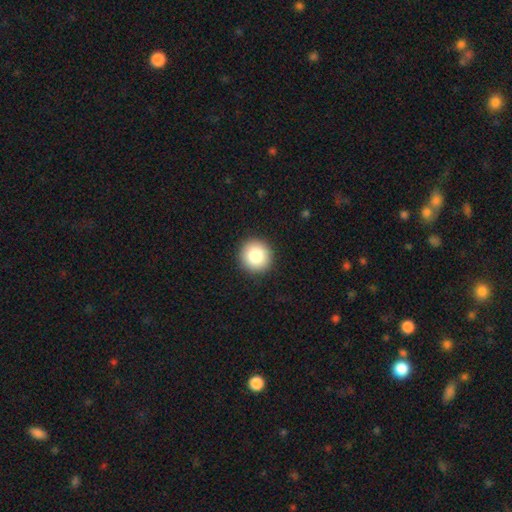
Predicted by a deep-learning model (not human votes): Smooth or featured: smooth — 83% (star or artifact — 9%)
How rounded: round — 95% (in between — 4%)
Merging: none — 93% (minor disturbance — 5%)